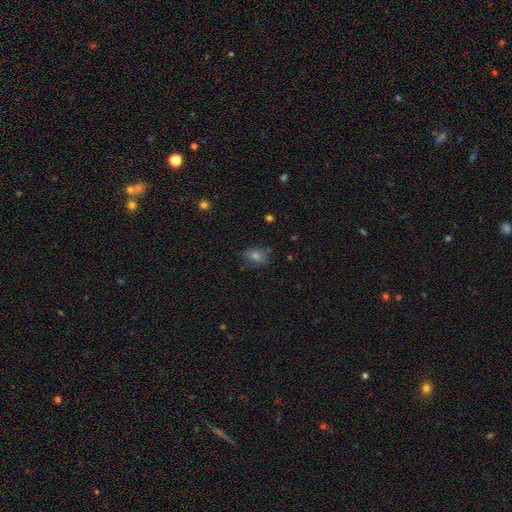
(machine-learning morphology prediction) Smooth or featured? Predicted: smooth (p=0.55). How rounded? Predicted: in between (p=0.62). Merging? Predicted: none (p=0.70).